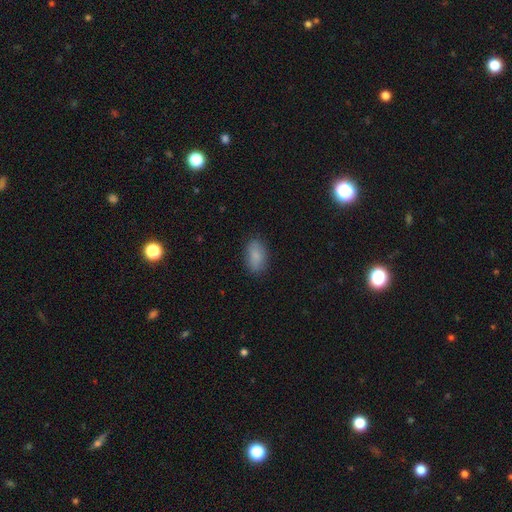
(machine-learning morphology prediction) The model was most divided on "merging": none: 84%, minor disturbance: 12%, major disturbance: 3%, merger: 1%. More confident: how rounded — in between (91%); smooth or featured — smooth (85%).